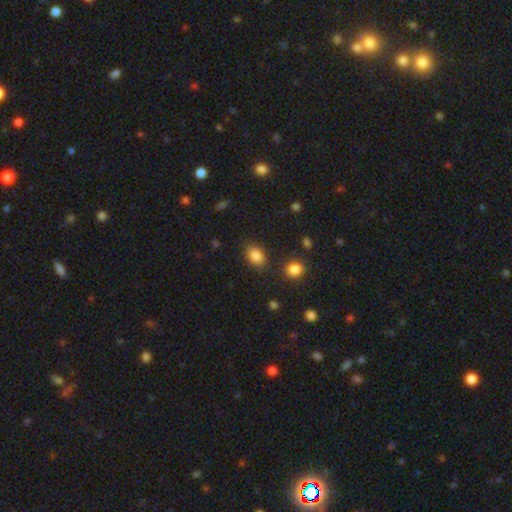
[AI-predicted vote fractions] Morphology: type=smooth (85%); roundness=in between (77%); merging=none (79%).